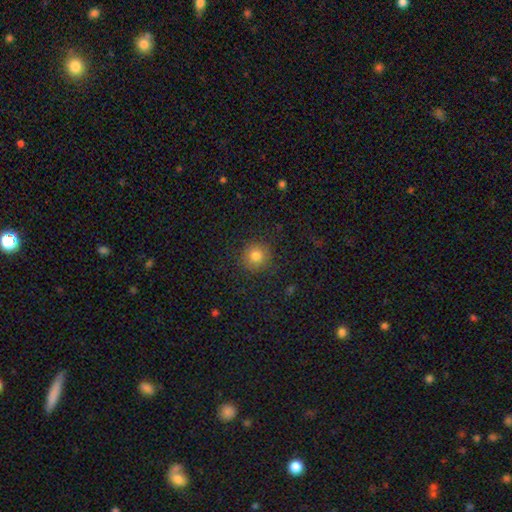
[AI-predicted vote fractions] Morphology: type=smooth (81%); roundness=round (93%); merging=none (88%).